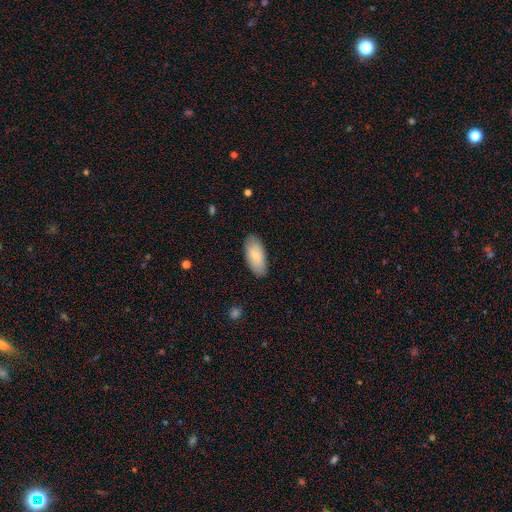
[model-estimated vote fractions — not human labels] This is clearly a smooth galaxy (81%). How rounded: clearly in between (91%). Merging: clearly none (84%).